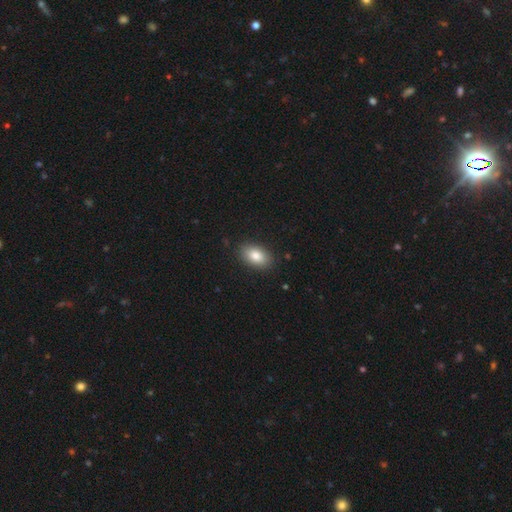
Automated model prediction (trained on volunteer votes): Smooth or featured: smooth — 84% (featured or disk — 9%)
How rounded: in between — 91% (round — 8%)
Merging: none — 88% (minor disturbance — 9%)